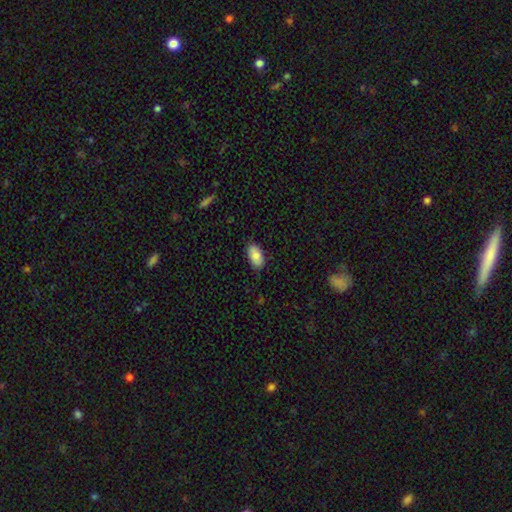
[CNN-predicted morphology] type=smooth (85%); roundness=in between (94%); merging=none (84%).